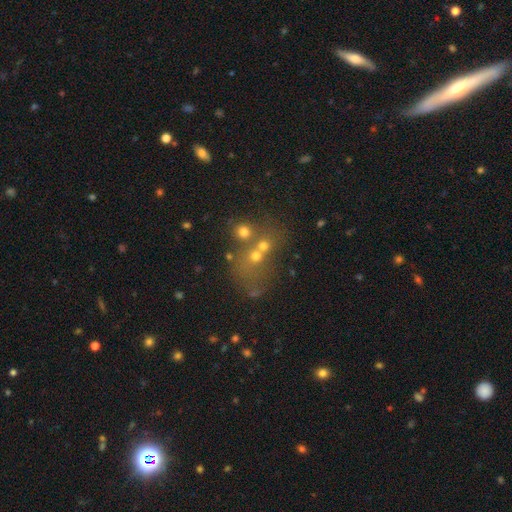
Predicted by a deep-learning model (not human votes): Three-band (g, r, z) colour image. It shows a smooth galaxy with no disk features (49%). Merging: merger (57%).